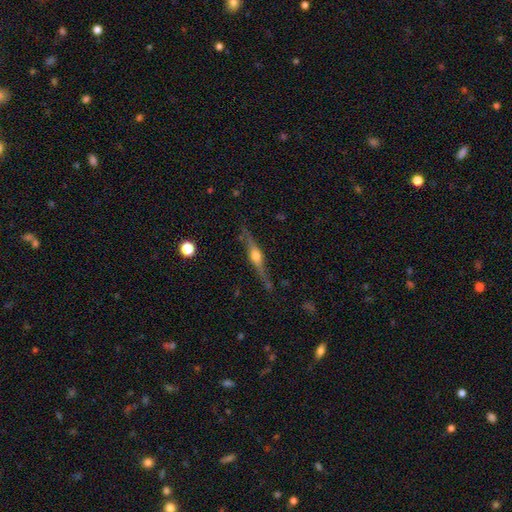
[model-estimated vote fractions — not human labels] The model was most divided on "smooth or featured": featured or disk: 79%, smooth: 15%, star or artifact: 6%. More confident: edge-on disk — yes (97%); edge-on bulge — rounded (94%); merging — none (81%).